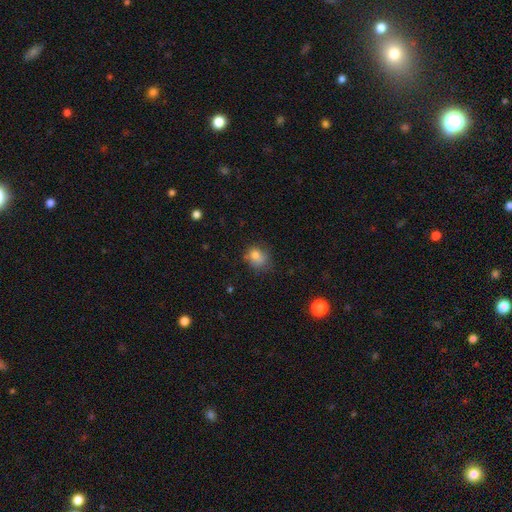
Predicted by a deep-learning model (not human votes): Smooth or featured? smooth (78%)
How rounded? round (58%)
Merging? none (53%)